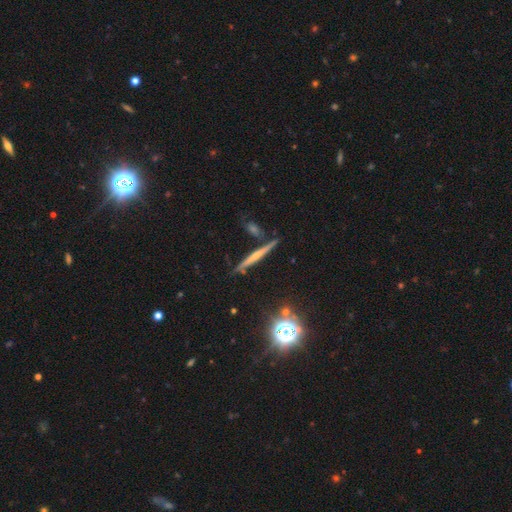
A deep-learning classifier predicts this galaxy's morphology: The model was most divided on "edge-on bulge": none: 55%, rounded: 35%, boxy: 10%. More confident: edge-on disk — yes (95%); merging — none (81%); smooth or featured — featured or disk (55%).